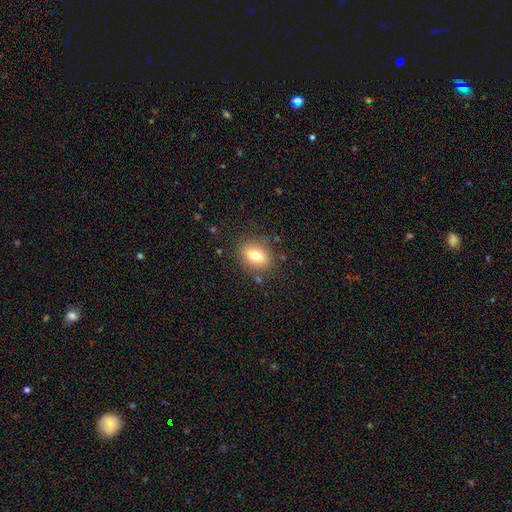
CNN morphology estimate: Overall: smooth (74%). How rounded: in between (70%). Merging: none (83%).